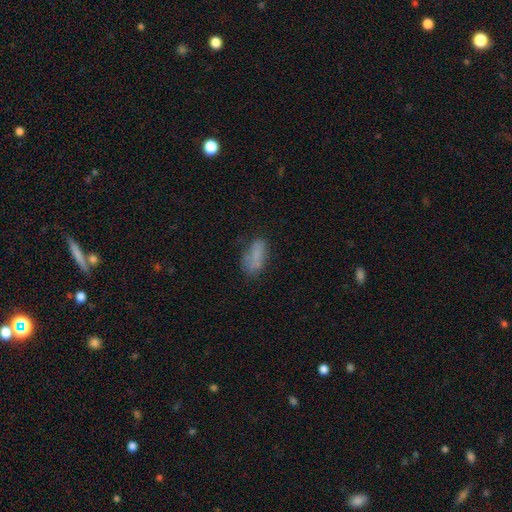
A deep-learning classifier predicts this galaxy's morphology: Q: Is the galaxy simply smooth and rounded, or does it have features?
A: smooth — 69%.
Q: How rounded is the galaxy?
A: in between — 85%.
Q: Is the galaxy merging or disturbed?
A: none — 48%.